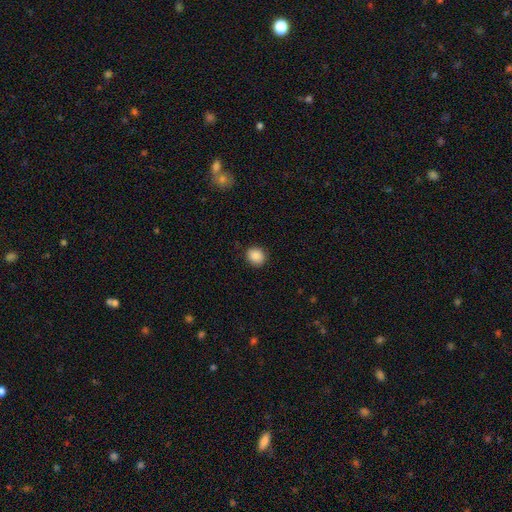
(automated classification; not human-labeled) Smooth or featured?
  - smooth: 88% *
  - star or artifact: 9%
  - featured or disk: 3%
How rounded?
  - round: 80% *
  - in between: 19%
  - cigar-shaped: 1%
Merging?
  - none: 89% *
  - minor disturbance: 8%
  - major disturbance: 2%
  - merger: 1%